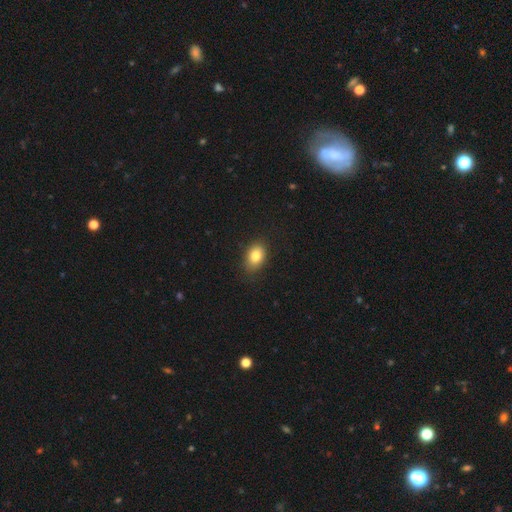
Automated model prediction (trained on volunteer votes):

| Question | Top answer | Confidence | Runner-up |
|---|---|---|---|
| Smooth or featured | smooth | 83% | star or artifact (9%) |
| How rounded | in between | 77% | round (21%) |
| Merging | none | 84% | minor disturbance (12%) |